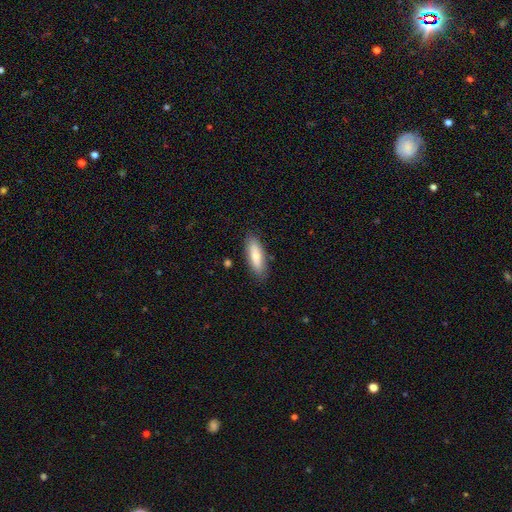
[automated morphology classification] smooth 71%, featured or disk 23%, star or artifact 6%. Down the decision tree: how rounded — in between (61%); merging — none (84%).